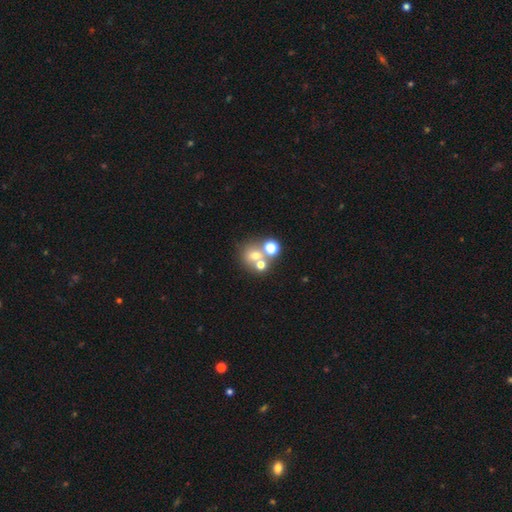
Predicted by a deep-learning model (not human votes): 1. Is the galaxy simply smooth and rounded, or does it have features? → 59% smooth, 21% featured or disk, 20% star or artifact.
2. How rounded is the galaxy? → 78% round, 21% in between, 1% cigar-shaped.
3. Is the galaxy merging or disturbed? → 44% merger (tied), 44% none (tied), 7% minor disturbance, 5% major disturbance.